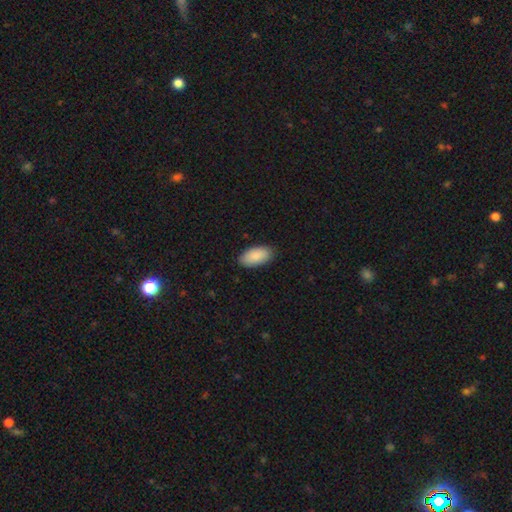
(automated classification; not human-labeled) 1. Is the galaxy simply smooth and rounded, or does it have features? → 90% smooth, 6% star or artifact, 4% featured or disk.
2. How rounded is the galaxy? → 95% in between, 3% cigar-shaped, 2% round.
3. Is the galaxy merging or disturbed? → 87% none, 10% minor disturbance, 2% major disturbance, 1% merger.